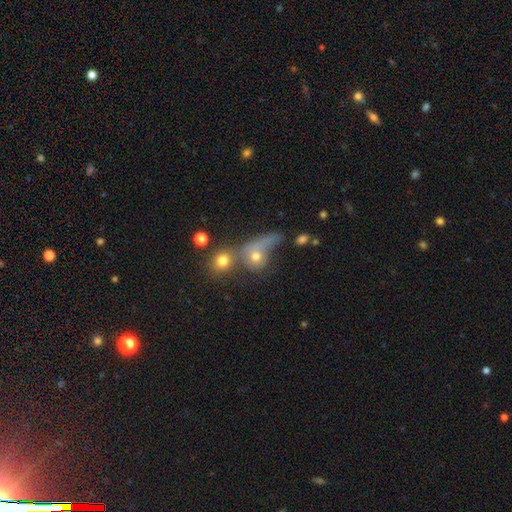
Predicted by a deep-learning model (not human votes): smooth 63%, featured or disk 22%, star or artifact 15%. Down the decision tree: how rounded — round (62%); merging — merger (44%).